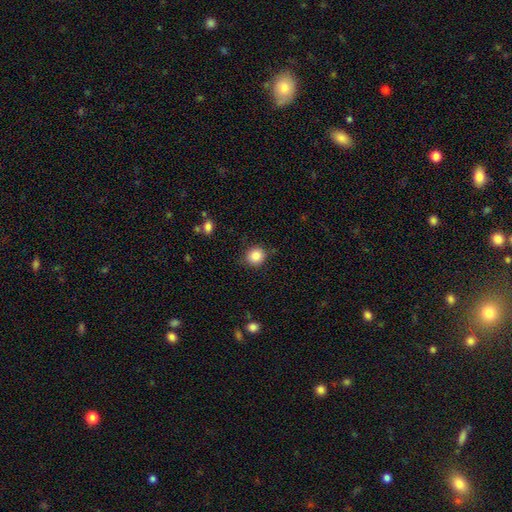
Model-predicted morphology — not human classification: smooth_or_featured: smooth (p=0.85) [alt: star or artifact p=0.10]
how_rounded: round (p=0.85) [alt: in between p=0.14]
merging: none (p=0.86) [alt: minor disturbance p=0.10]